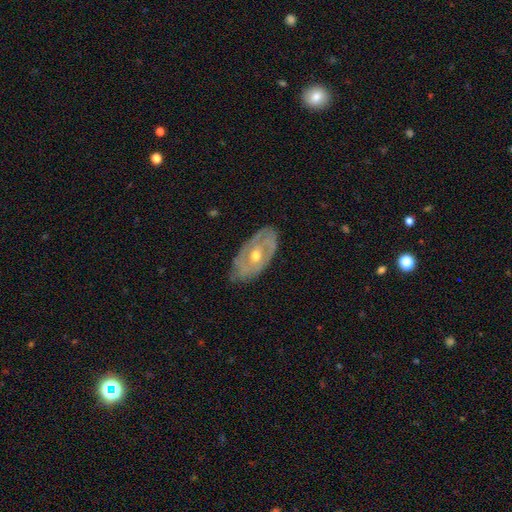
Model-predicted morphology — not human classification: Q: Smooth or featured?
A: featured or disk (74%); runner-up: smooth (21%)
Q: Edge-on disk?
A: no (89%); runner-up: yes (11%)
Q: Bar?
A: no (78%); runner-up: weak (17%)
Q: Spiral arms?
A: yes (55%); runner-up: no (45%)
Q: Bulge size?
A: moderate (73%); runner-up: small (22%)
Q: Merging?
A: none (72%); runner-up: minor disturbance (21%)